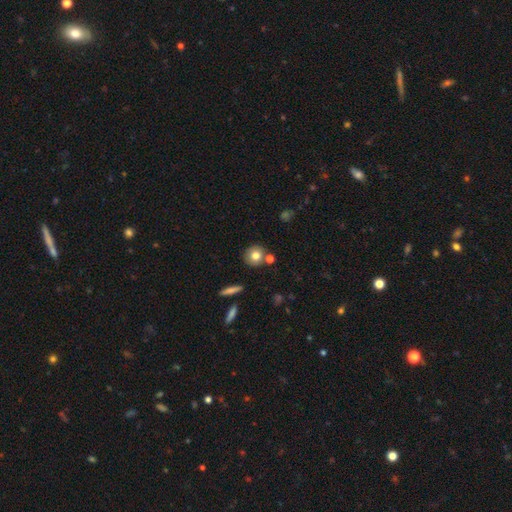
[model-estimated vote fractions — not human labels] Smooth or featured? Predicted: smooth (p=0.76). How rounded? Predicted: round (p=0.87). Merging? Predicted: none (p=0.74).